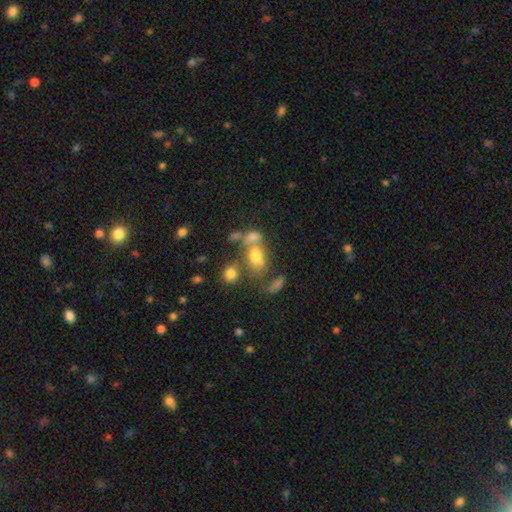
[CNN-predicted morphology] Smooth or featured? smooth (65%)
How rounded? in between (73%)
Merging? merger (40%)